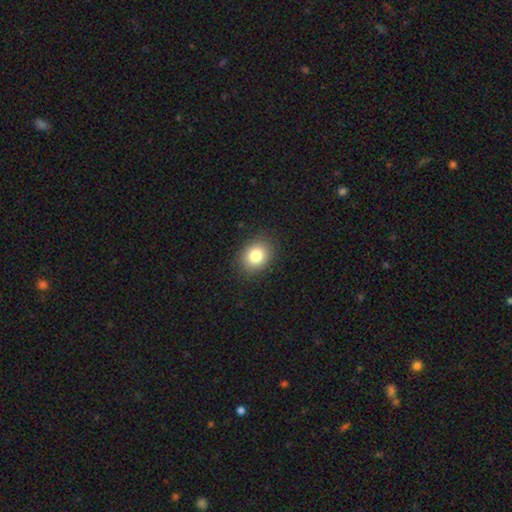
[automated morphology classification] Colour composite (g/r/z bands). It shows a smooth galaxy with no disk features (82%) that is in between round and cigar-shaped (52%). Merging: none (88%).